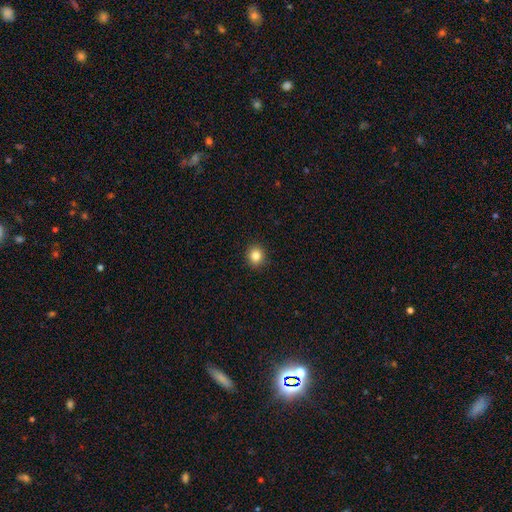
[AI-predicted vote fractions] This is clearly a smooth galaxy (85%). How rounded: clearly round (84%). Merging: clearly none (91%).